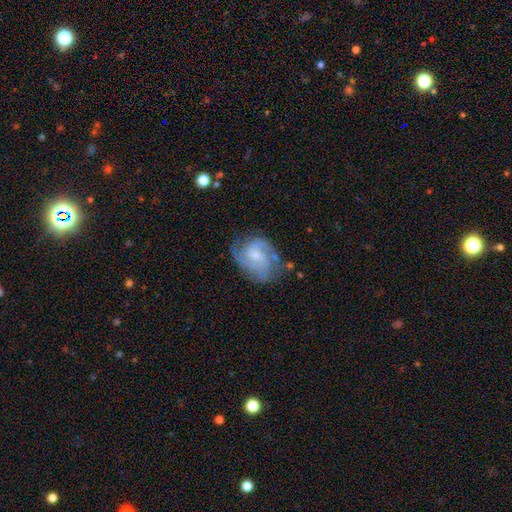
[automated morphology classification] The model was most divided on "bar": no: 47%, weak: 45%, strong: 8%. Remaining: edge-on disk — no (98%); spiral arms — yes (93%); smooth or featured — featured or disk (77%); merging — none (61%); spiral winding — medium (48%); bulge size — small (46%); spiral arm count — 2 (42%).